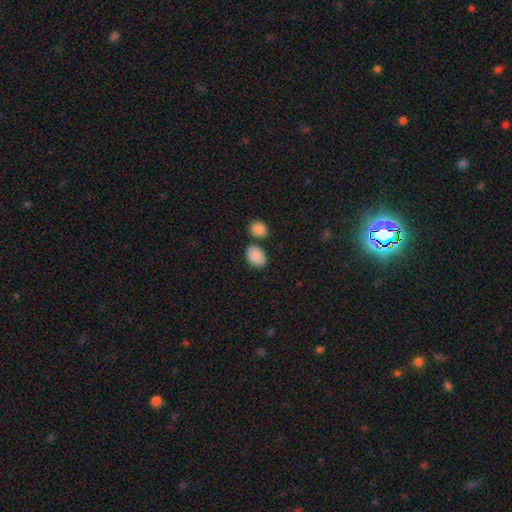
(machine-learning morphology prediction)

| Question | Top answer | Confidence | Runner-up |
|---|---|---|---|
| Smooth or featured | smooth | 89% | star or artifact (7%) |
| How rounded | in between | 81% | round (18%) |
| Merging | none | 70% | merger (13%) |